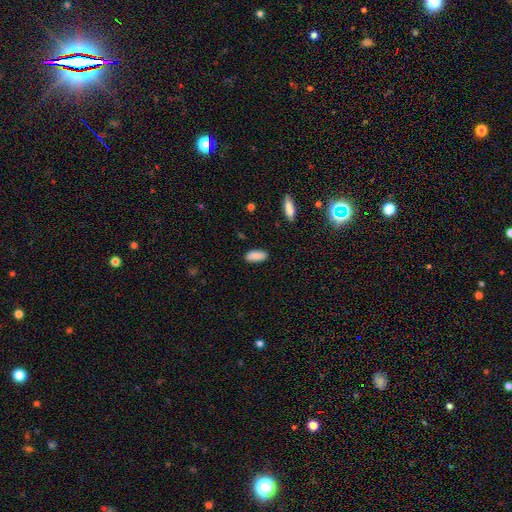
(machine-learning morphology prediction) Smooth or featured? Predicted: smooth (p=0.87). How rounded? Predicted: in between (p=0.84). Merging? Predicted: none (p=0.85).